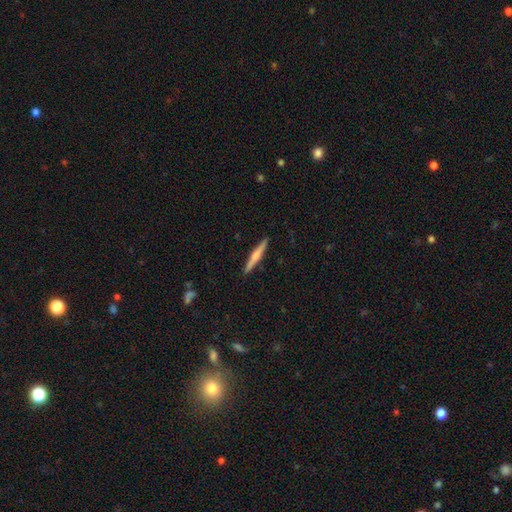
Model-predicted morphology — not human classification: A featured or disk galaxy (47%, tied with smooth). Merging: none (91%).